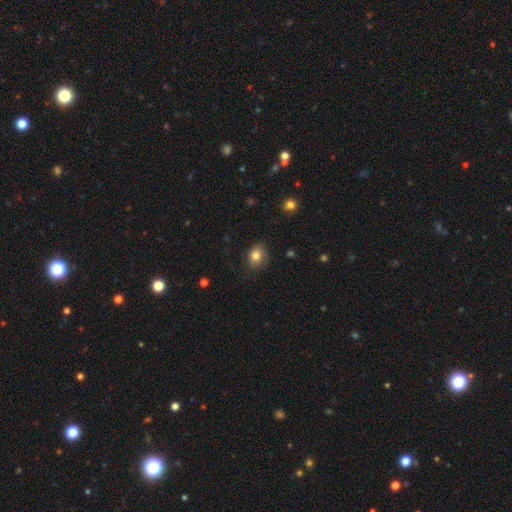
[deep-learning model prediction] This appears to be a smooth galaxy with no disk features (82%) that is in between round and cigar-shaped (52%). Merging: none (76%).